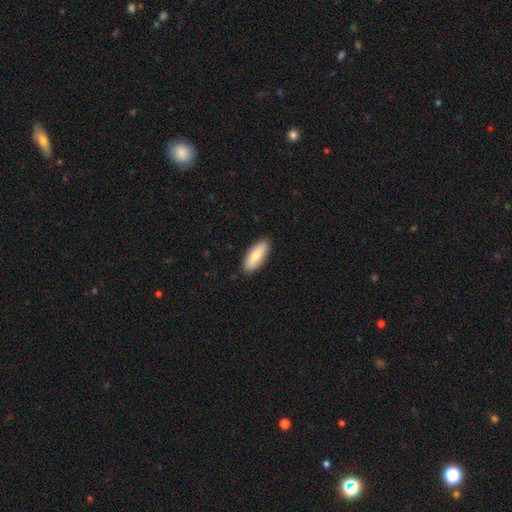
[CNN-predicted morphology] This is likely a smooth galaxy (73%). How rounded: clearly in between (83%). Merging: clearly none (89%).